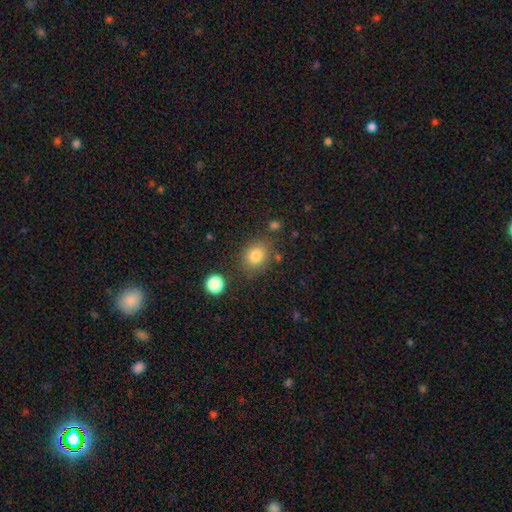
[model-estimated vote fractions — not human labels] Smooth or featured? smooth (81%)
How rounded? round (65%)
Merging? none (77%)